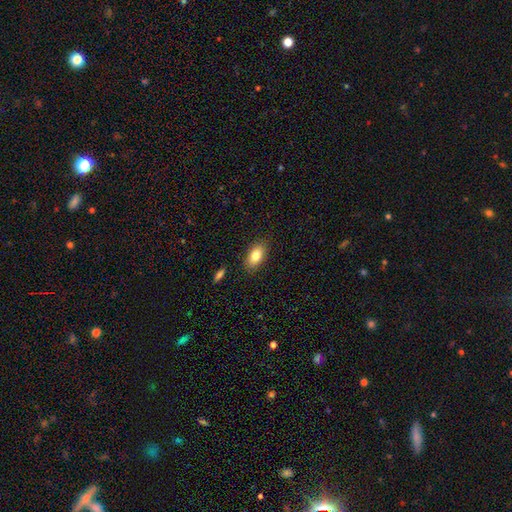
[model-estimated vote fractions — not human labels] Smooth or featured: smooth — 82% (featured or disk — 11%)
How rounded: in between — 90% (round — 6%)
Merging: none — 86% (minor disturbance — 10%)